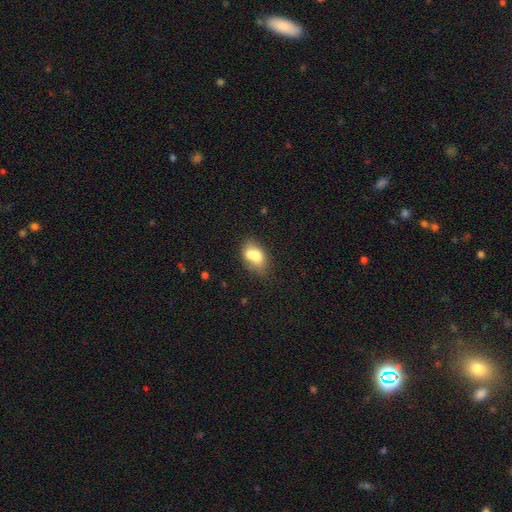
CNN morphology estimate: Smooth or featured? smooth (69%)
How rounded? in between (77%)
Merging? merger (47%)